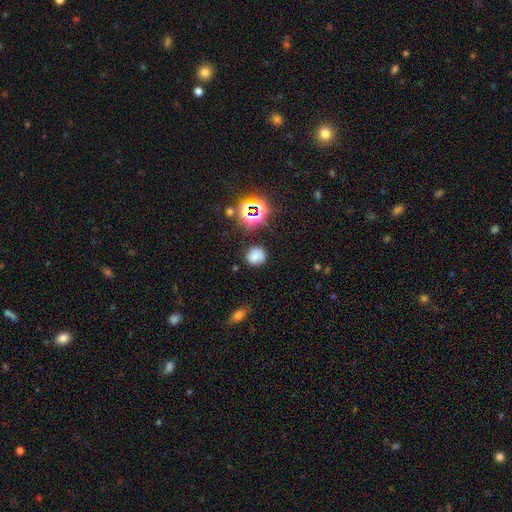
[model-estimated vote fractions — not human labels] This appears to be a smooth galaxy with no disk features (69%) that is round (84%). Merging: none (74%).